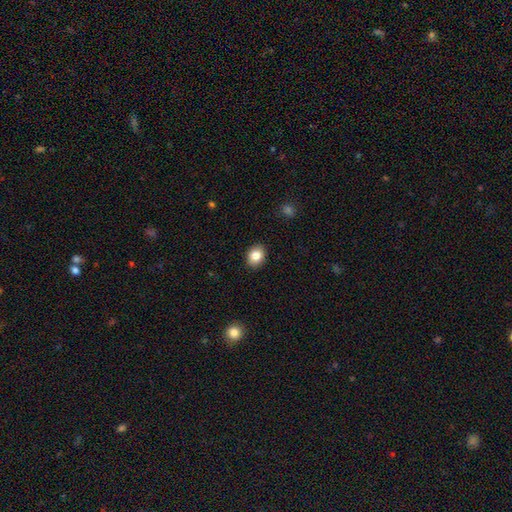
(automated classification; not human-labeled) smooth_or_featured: smooth (p=0.85) [alt: star or artifact p=0.09]
how_rounded: round (p=0.51) [alt: in between p=0.48]
merging: none (p=0.90) [alt: minor disturbance p=0.07]